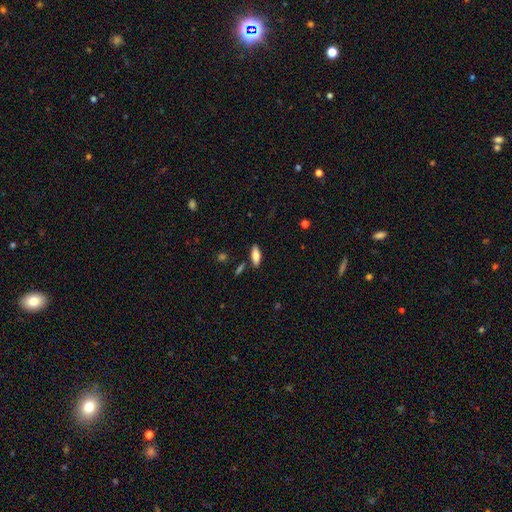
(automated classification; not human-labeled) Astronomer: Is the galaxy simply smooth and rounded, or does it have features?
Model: smooth — 80%.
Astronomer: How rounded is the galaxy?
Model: in between — 78%.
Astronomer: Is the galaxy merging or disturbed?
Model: none — 84%.